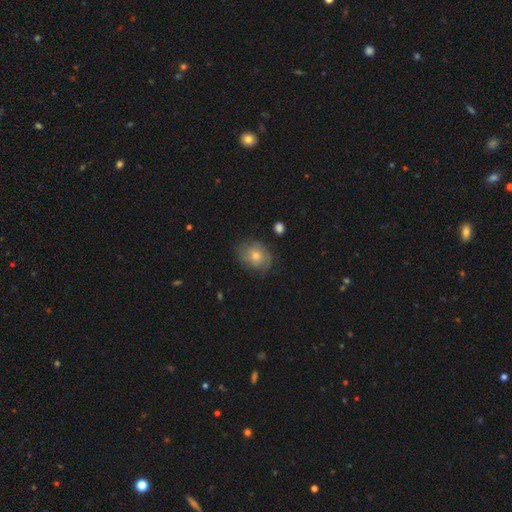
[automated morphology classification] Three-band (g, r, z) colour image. It shows a smooth galaxy with no disk features (56%) that is round (55%). Merging: none (76%).